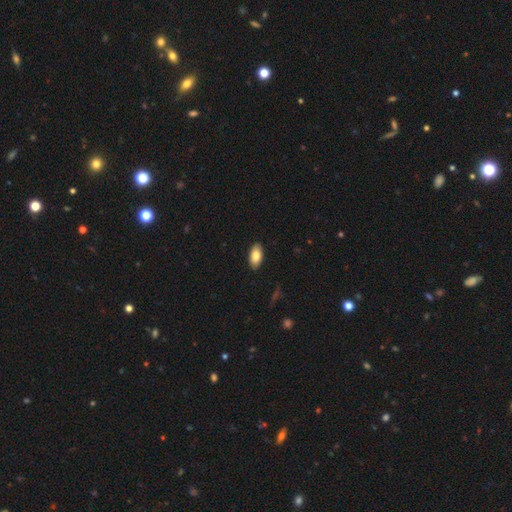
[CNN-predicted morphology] This is clearly a smooth galaxy (84%). How rounded: clearly in between (94%). Merging: clearly none (89%).